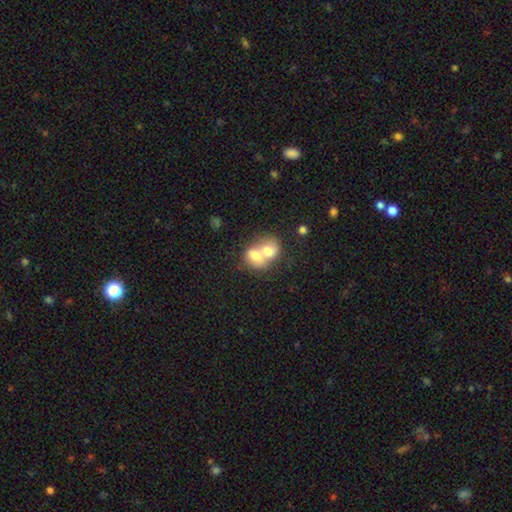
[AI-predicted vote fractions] Smooth or featured: smooth — 69% (featured or disk — 24%)
How rounded: in between — 55% (round — 44%)
Merging: merger — 79% (none — 13%)